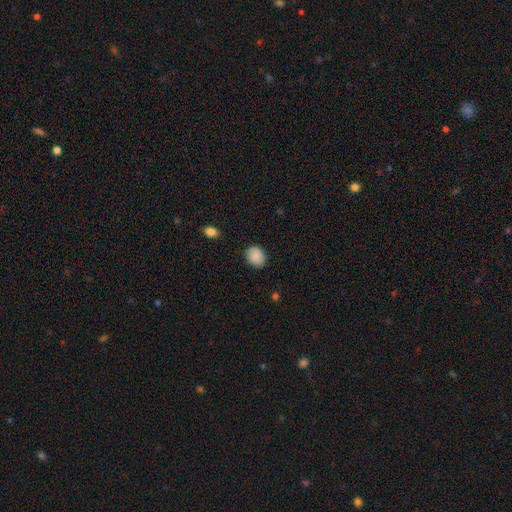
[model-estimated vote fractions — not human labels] The model was most divided on "how rounded": round: 54%, in between: 46%, cigar-shaped: 1%. More confident: smooth or featured — smooth (86%); merging — none (85%).